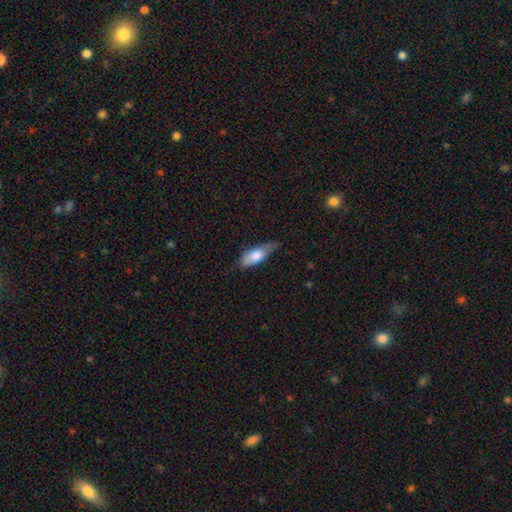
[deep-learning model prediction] A smooth galaxy with no disk features (68%) that is in between round and cigar-shaped (65%). Merging: none (62%).